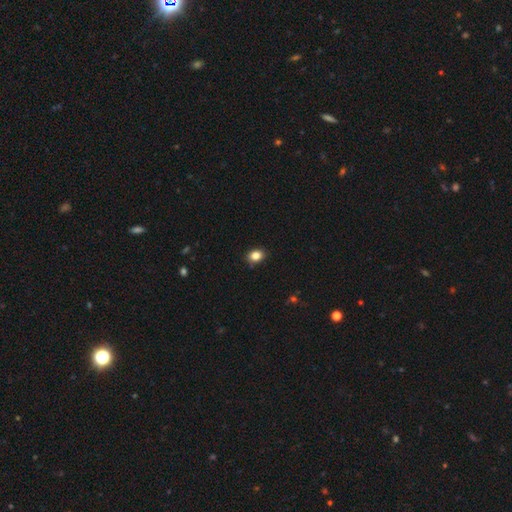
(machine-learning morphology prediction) smooth 85%, star or artifact 10%, featured or disk 5%. Down the decision tree: how rounded — in between (61%); merging — none (88%).